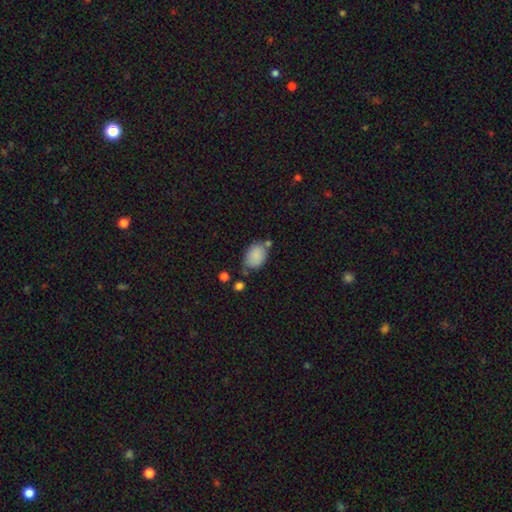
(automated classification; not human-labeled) smooth_or_featured: smooth (p=0.86) [alt: star or artifact p=0.08]
how_rounded: in between (p=0.83) [alt: round p=0.16]
merging: none (p=0.57) [alt: minor disturbance p=0.24]